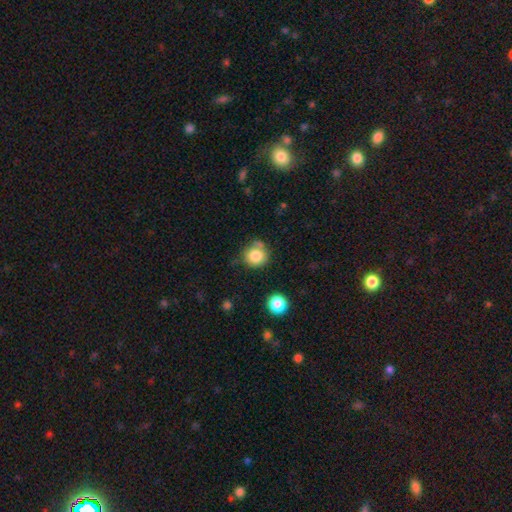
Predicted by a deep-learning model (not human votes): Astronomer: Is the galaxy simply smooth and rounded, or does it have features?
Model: smooth — 82%.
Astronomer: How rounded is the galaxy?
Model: round — 90%.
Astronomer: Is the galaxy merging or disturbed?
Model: none — 66%.